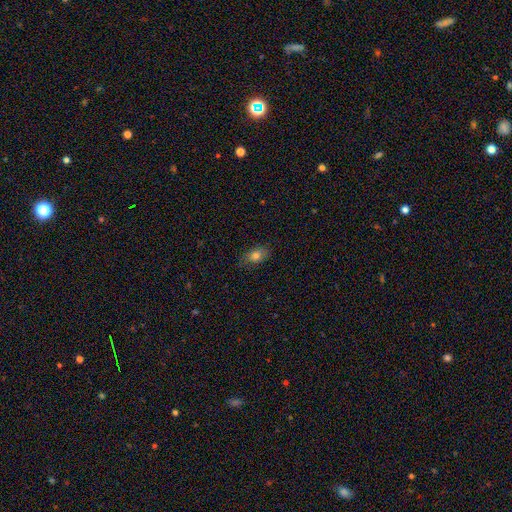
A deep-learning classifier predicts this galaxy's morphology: smooth 78%, featured or disk 12%, star or artifact 10%. Down the decision tree: how rounded — in between (84%); merging — none (78%).